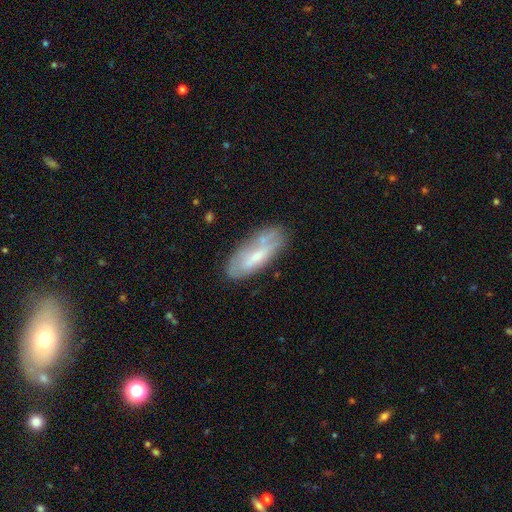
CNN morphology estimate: A smooth galaxy with no disk features (49%).

Vote fractions:
- Smooth or featured? smooth: 49% / featured or disk: 44% / star or artifact: 7%
- Merging? none: 67% / minor disturbance: 21% / major disturbance: 6% / merger: 5%